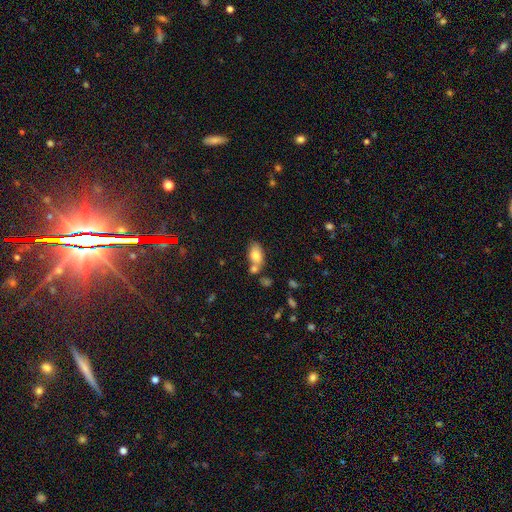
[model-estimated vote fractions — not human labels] Smooth or featured? Predicted: smooth (p=0.78). How rounded? Predicted: in between (p=0.88). Merging? Predicted: none (p=0.46).